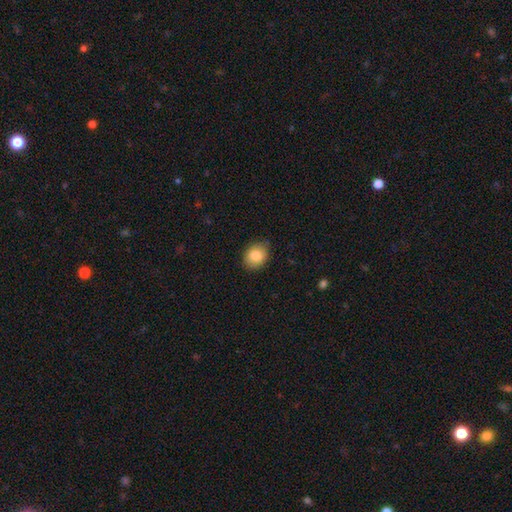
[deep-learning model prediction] A smooth galaxy with no disk features (83%) that is in between round and cigar-shaped (52%). Merging: none (85%).